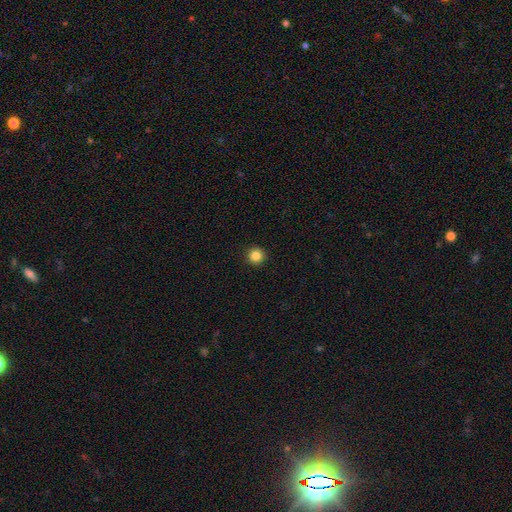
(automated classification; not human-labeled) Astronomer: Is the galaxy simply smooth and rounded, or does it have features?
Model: smooth — 85%.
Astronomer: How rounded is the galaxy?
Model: round — 96%.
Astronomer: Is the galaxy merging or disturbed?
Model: none — 93%.